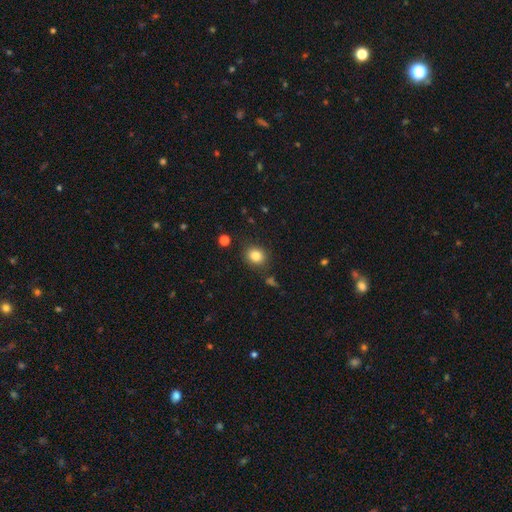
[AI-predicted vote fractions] This appears to be a smooth galaxy with no disk features (83%) that is round (67%). Merging: none (84%).